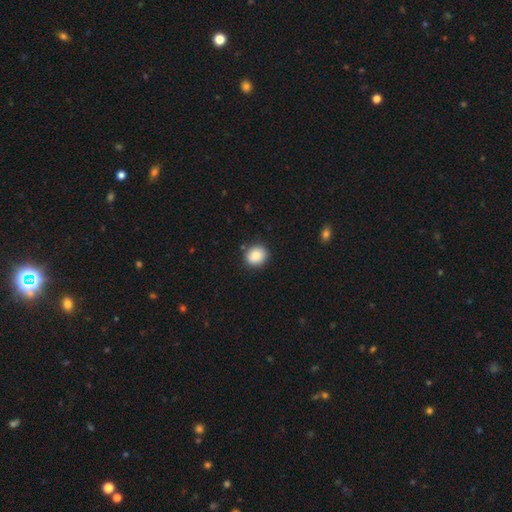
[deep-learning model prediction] Smooth or featured? Predicted: smooth (p=0.87). How rounded? Predicted: round (p=0.77). Merging? Predicted: none (p=0.85).